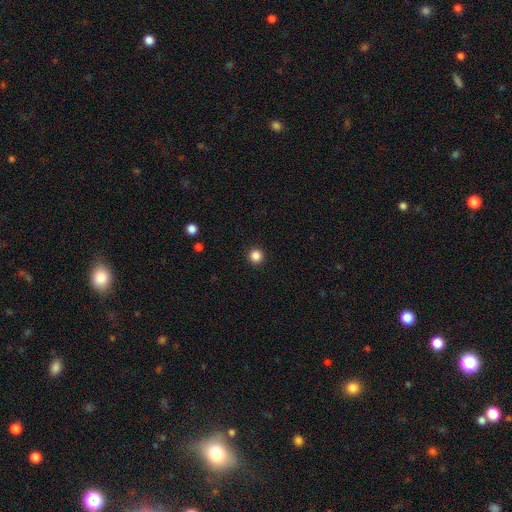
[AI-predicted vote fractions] smooth_or_featured: smooth (p=0.86) [alt: star or artifact p=0.12]
how_rounded: round (p=0.96) [alt: in between p=0.03]
merging: none (p=0.93) [alt: minor disturbance p=0.04]